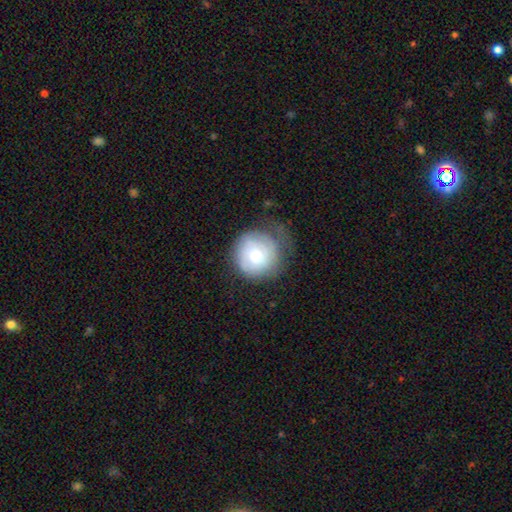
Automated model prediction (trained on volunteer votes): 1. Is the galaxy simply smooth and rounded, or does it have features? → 56% smooth, 36% featured or disk, 8% star or artifact.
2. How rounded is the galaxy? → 92% round, 7% in between, 1% cigar-shaped.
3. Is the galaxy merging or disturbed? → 51% none, 30% minor disturbance, 18% major disturbance, 1% merger.